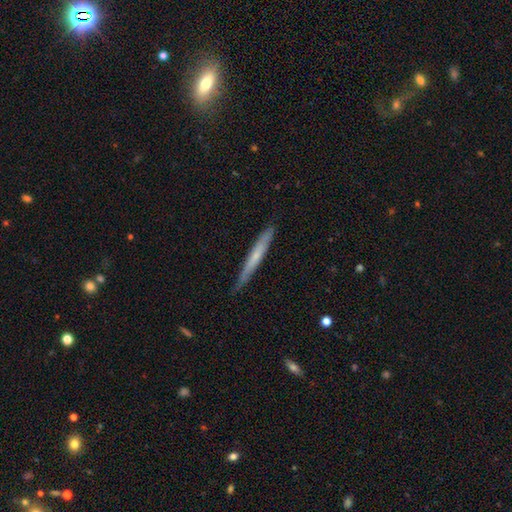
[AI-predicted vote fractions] This is possibly a smooth galaxy (49%). Merging: clearly none (83%).